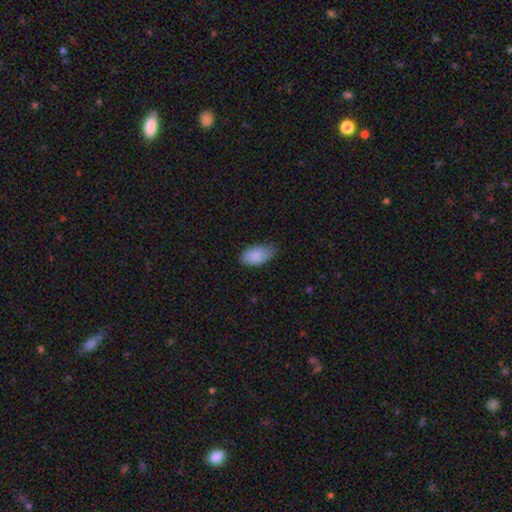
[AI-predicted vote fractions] Q: Smooth or featured?
A: smooth (84%); runner-up: featured or disk (10%)
Q: How rounded?
A: in between (95%); runner-up: round (3%)
Q: Merging?
A: none (61%); runner-up: minor disturbance (33%)